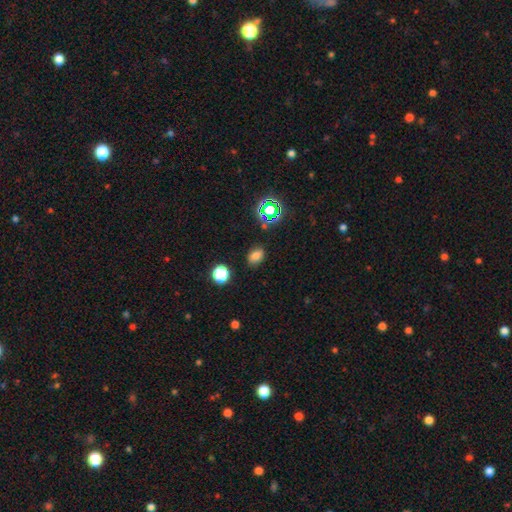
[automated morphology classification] A smooth galaxy with no disk features (73%) that is in between round and cigar-shaped (73%). Merging: none (83%).